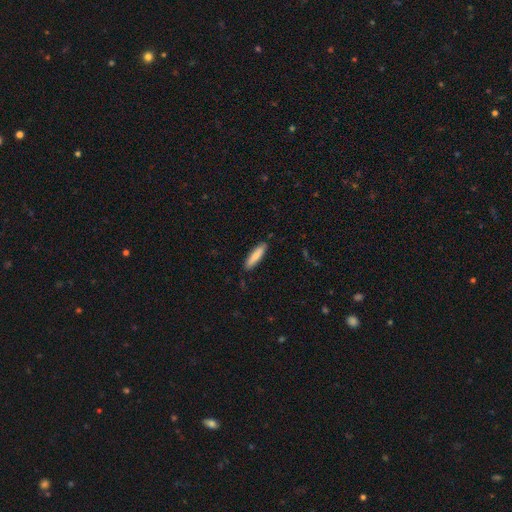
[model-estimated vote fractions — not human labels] The model was most divided on "how rounded": cigar-shaped: 77%, in between: 22%, round: 1%. More confident: merging — none (88%); smooth or featured — smooth (80%).